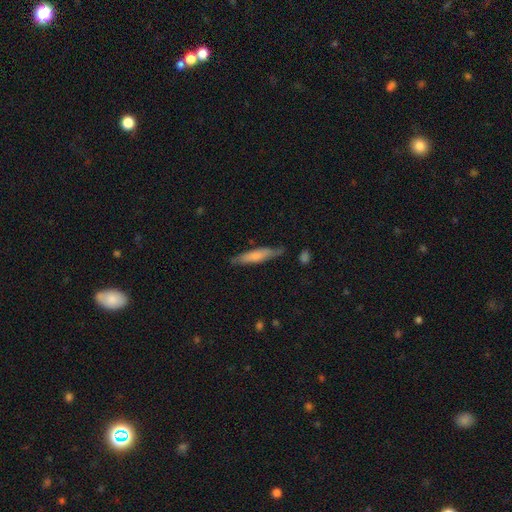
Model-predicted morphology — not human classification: type=smooth (65%); roundness=cigar-shaped (86%); merging=none (76%).